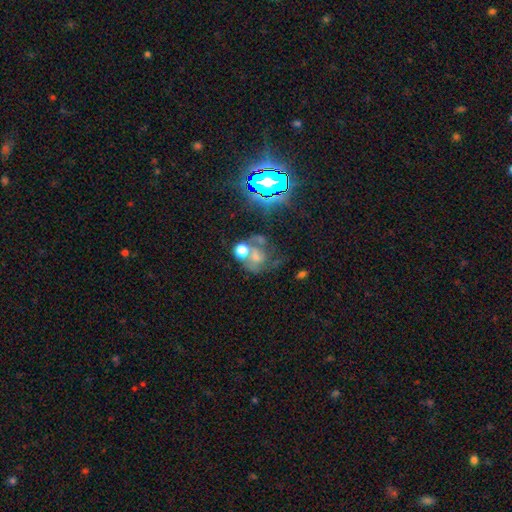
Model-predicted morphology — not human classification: The model was most divided on "smooth or featured": smooth: 39%, featured or disk: 38%, star or artifact: 23%. Remaining: merging — merger (36%).